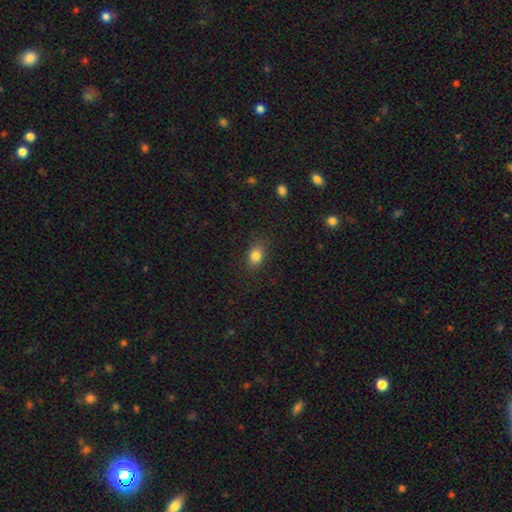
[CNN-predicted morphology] Smooth or featured? Predicted: smooth (p=0.83). How rounded? Predicted: in between (p=0.69). Merging? Predicted: none (p=0.84).